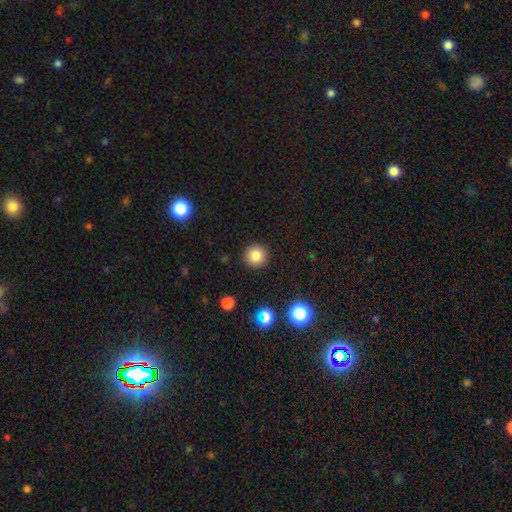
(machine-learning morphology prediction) Overall: smooth (83%). How rounded: round (93%). Merging: none (91%).